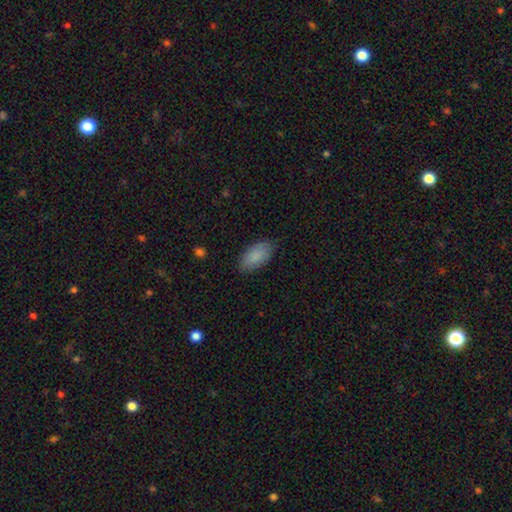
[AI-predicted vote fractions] smooth 87%, featured or disk 7%, star or artifact 6%. Down the decision tree: how rounded — in between (94%); merging — none (83%).